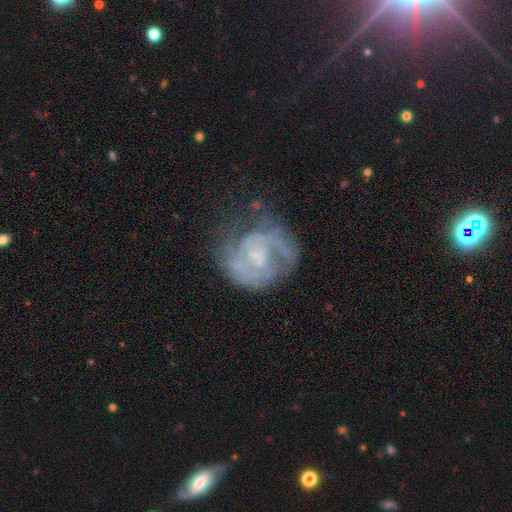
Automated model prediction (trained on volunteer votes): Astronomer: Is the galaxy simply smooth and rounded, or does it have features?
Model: featured or disk — 76%.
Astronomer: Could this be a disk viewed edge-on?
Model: no — 98%.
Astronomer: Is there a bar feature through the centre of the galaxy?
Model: no — 65%.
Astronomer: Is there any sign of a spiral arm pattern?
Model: yes — 81%.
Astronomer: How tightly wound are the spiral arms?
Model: tight — 47% (runner-up: medium, 38%).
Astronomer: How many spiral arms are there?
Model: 2 — 36% (runner-up: can't tell, 35%).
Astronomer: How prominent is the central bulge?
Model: small — 53%.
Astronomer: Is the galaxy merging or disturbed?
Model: none — 53%.